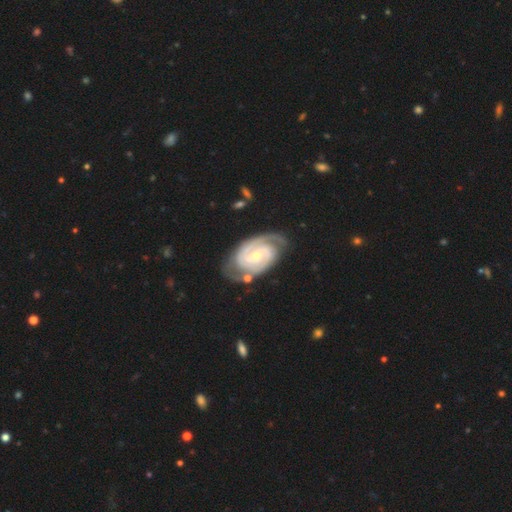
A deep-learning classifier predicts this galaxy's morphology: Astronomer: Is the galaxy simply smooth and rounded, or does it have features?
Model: featured or disk — 91%.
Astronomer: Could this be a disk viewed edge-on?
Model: no — 97%.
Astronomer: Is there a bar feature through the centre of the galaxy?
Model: weak — 44% (runner-up: no, 39%).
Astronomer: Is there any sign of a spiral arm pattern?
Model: yes — 98%.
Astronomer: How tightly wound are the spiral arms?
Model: tight — 65%.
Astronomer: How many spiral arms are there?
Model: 2 — 78%.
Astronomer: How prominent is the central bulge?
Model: small — 60% (runner-up: moderate, 36%).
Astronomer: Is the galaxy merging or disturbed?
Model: none — 72%.